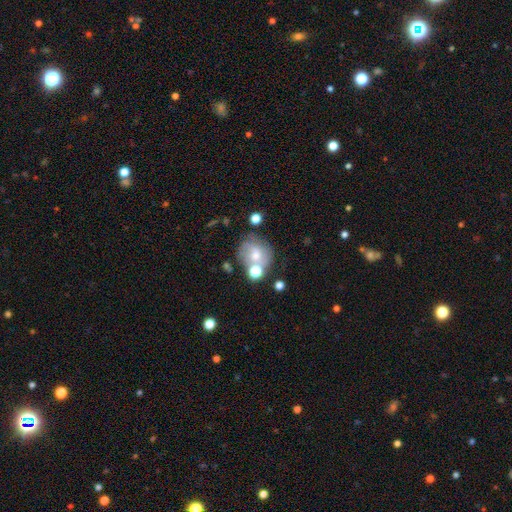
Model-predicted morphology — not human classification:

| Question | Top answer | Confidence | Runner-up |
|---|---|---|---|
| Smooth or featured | smooth | 53% | featured or disk (34%) |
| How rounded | round | 75% | in between (24%) |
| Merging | none | 49% | merger (22%) |